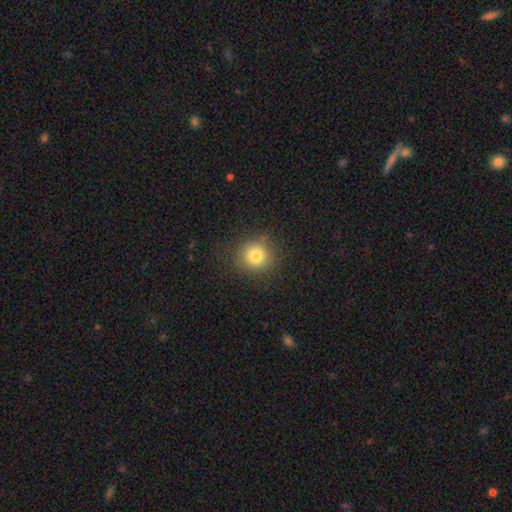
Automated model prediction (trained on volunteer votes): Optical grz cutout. It shows a smooth galaxy with no disk features (80%) that is round (89%). Merging: none (85%).